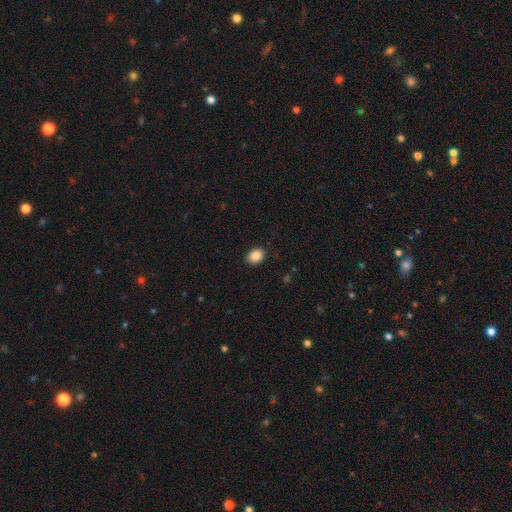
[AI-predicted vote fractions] Q: Smooth or featured?
A: smooth (88%); runner-up: star or artifact (9%)
Q: How rounded?
A: in between (69%); runner-up: round (30%)
Q: Merging?
A: none (88%); runner-up: minor disturbance (9%)